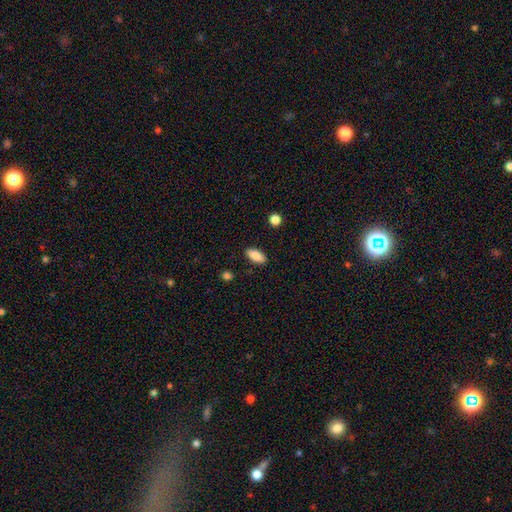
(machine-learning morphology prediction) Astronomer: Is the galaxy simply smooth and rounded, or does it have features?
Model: smooth — 87%.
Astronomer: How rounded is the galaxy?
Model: in between — 86%.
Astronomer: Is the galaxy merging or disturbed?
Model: none — 88%.